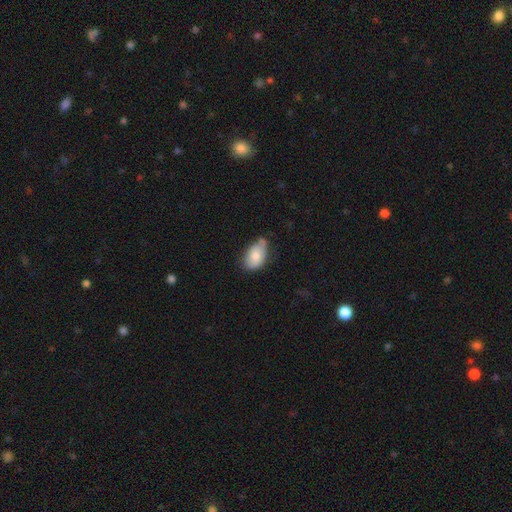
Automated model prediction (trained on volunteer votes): This appears to be a smooth galaxy with no disk features (79%) that is in between round and cigar-shaped (91%). Merging: none (46%).